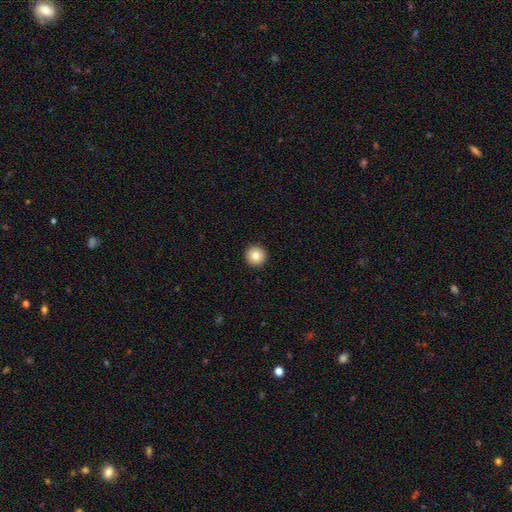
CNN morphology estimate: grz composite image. It shows a smooth galaxy with no disk features (83%) that is round (97%). Merging: none (94%).